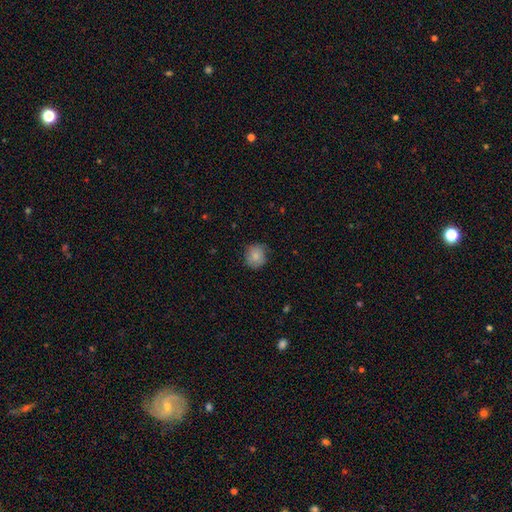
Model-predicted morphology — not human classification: Smooth or featured: smooth — 80% (featured or disk — 12%)
How rounded: round — 85% (in between — 14%)
Merging: none — 75% (minor disturbance — 20%)